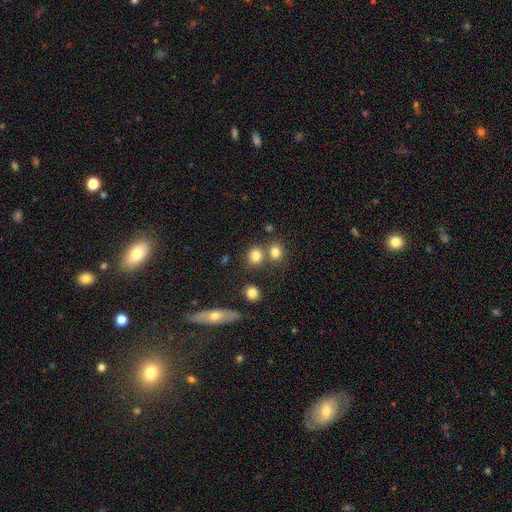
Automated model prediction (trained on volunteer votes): Q: Smooth or featured?
A: smooth (80%); runner-up: star or artifact (12%)
Q: How rounded?
A: round (71%); runner-up: in between (28%)
Q: Merging?
A: none (60%); runner-up: merger (26%)